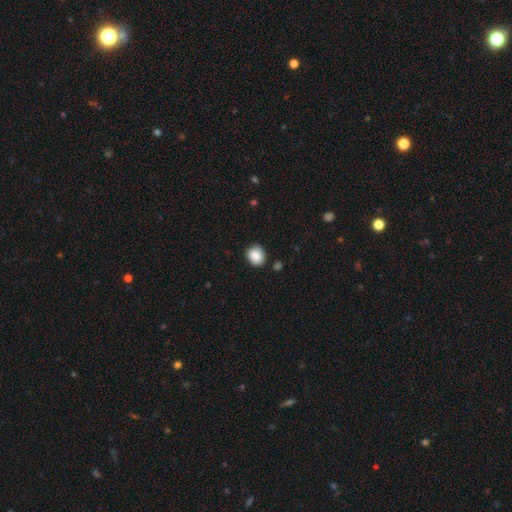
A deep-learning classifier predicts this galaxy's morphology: type=smooth (87%); roundness=round (71%); merging=none (79%).